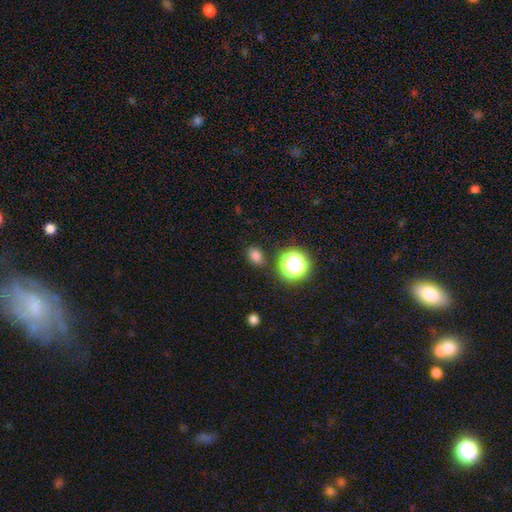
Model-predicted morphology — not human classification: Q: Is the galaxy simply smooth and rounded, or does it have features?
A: smooth — 77%.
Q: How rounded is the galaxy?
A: in between — 62%.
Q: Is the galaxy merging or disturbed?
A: none — 82%.